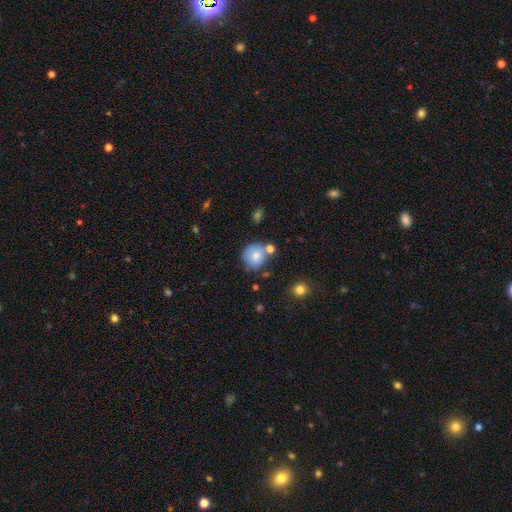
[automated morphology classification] Overall: smooth (75%). How rounded: round (83%). Merging: none (60%).